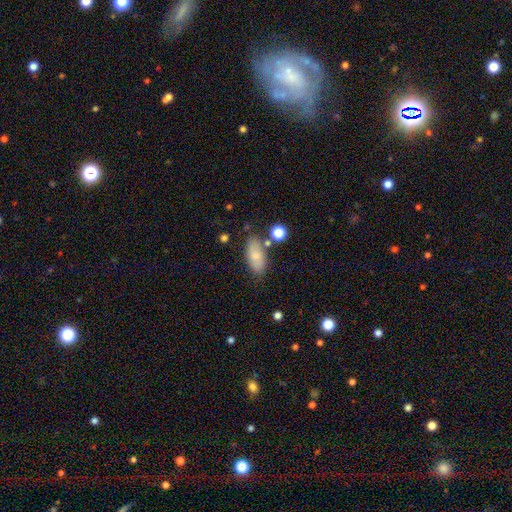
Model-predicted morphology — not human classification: smooth 77%, featured or disk 15%, star or artifact 8%. Down the decision tree: how rounded — in between (88%); merging — none (74%).